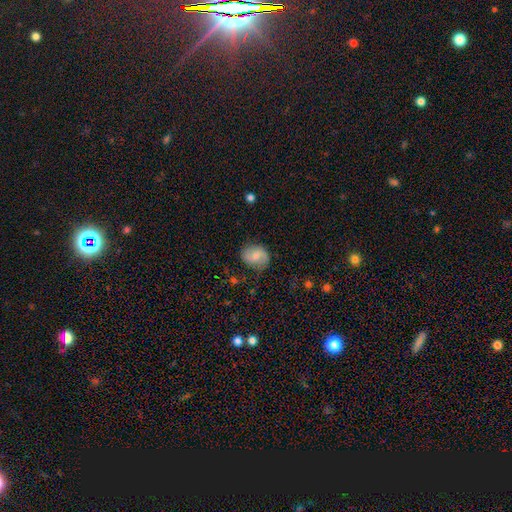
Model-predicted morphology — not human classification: A smooth galaxy with no disk features (53%) that is round (50%). Merging: none (75%).